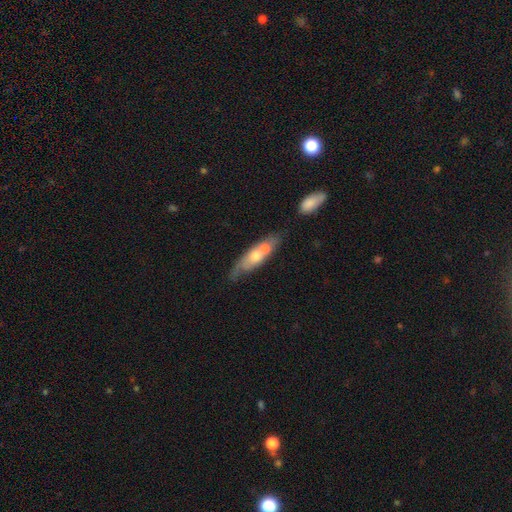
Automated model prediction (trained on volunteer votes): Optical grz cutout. It shows a smooth galaxy with no disk features (51%) that is cigar-shaped (48%, tied with in between). Merging: merger (42%).